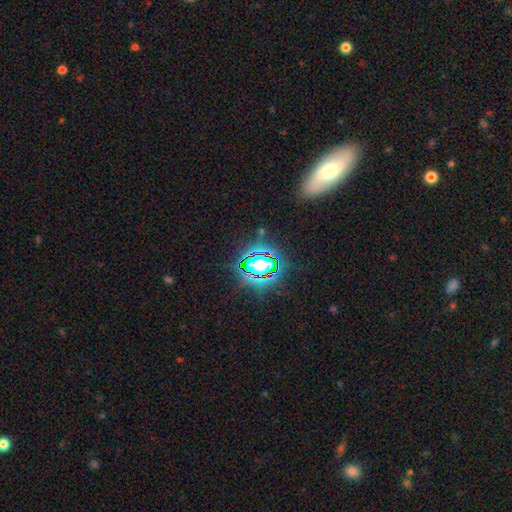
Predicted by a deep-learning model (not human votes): smooth_or_featured: star or artifact (p=0.57) [alt: smooth p=0.27]